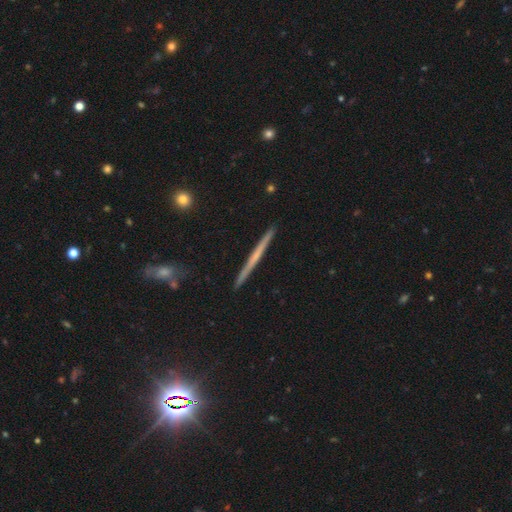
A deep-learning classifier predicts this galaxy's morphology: Smooth or featured? Predicted: featured or disk (p=0.57). Edge-on disk? Predicted: yes (p=0.98). Edge-on bulge? Predicted: none (p=0.81). Merging? Predicted: none (p=0.92).